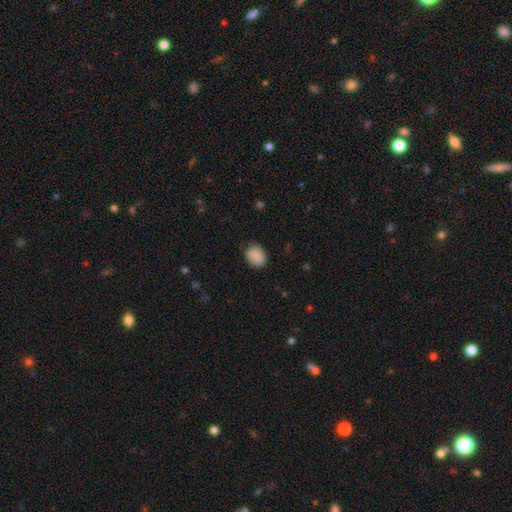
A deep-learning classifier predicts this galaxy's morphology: The model was most divided on "how rounded": in between: 56%, round: 43%, cigar-shaped: 1%. More confident: smooth or featured — smooth (86%); merging — none (75%).